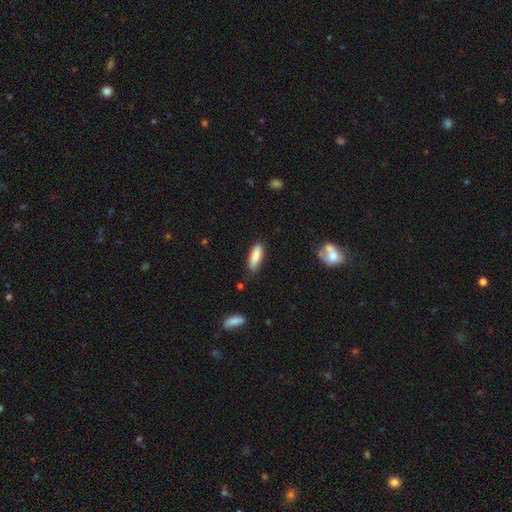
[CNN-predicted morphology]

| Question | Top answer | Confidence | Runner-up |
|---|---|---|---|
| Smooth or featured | smooth | 87% | featured or disk (7%) |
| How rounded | in between | 59% | cigar-shaped (39%) |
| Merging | none | 79% | minor disturbance (16%) |